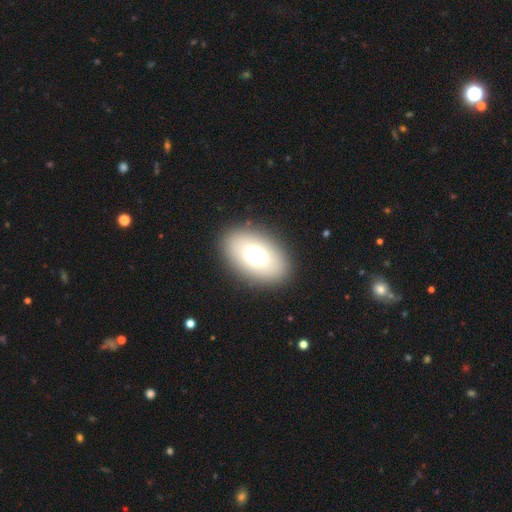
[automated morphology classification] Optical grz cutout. It shows a smooth galaxy with no disk features (69%) that is in between round and cigar-shaped (88%). Merging: none (87%).